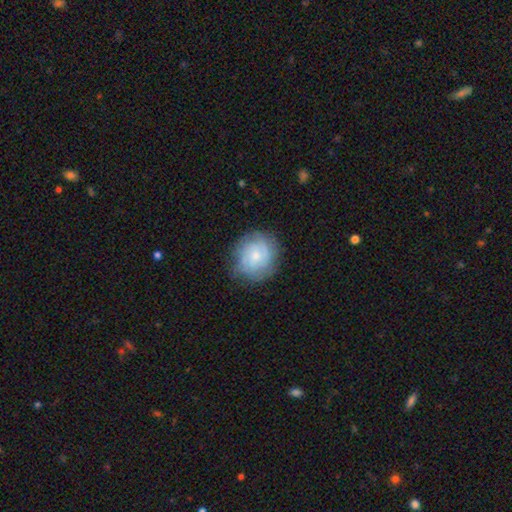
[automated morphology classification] Smooth or featured?
  - smooth: 49% *
  - featured or disk: 43%
  - star or artifact: 8%
Merging?
  - none: 75% *
  - minor disturbance: 18%
  - major disturbance: 6%
  - merger: 1%